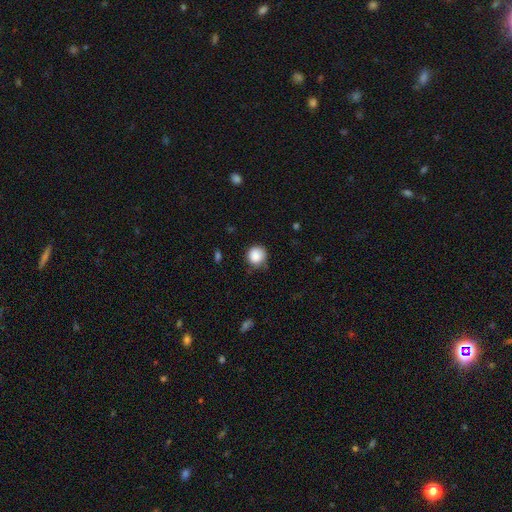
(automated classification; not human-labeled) Smooth or featured: smooth — 87% (star or artifact — 9%)
How rounded: round — 92% (in between — 7%)
Merging: none — 73% (minor disturbance — 20%)